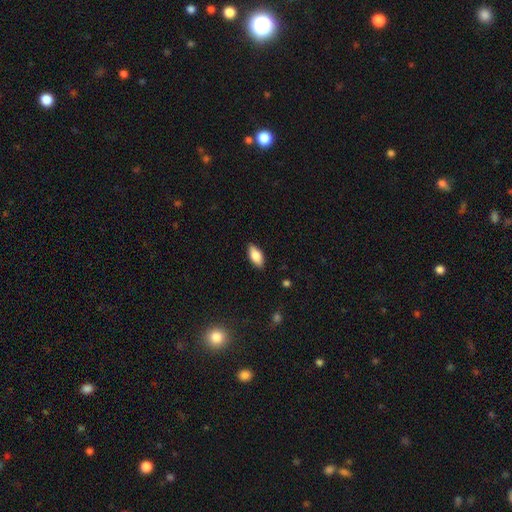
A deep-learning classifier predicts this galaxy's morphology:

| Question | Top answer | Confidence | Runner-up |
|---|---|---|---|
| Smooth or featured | smooth | 81% | featured or disk (12%) |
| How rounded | in between | 89% | cigar-shaped (8%) |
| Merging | none | 87% | minor disturbance (10%) |